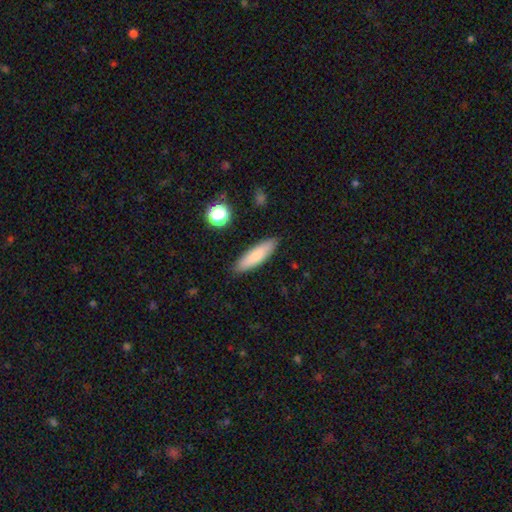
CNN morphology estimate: This appears to be a smooth galaxy with no disk features (81%) that is cigar-shaped (64%). Merging: none (88%).